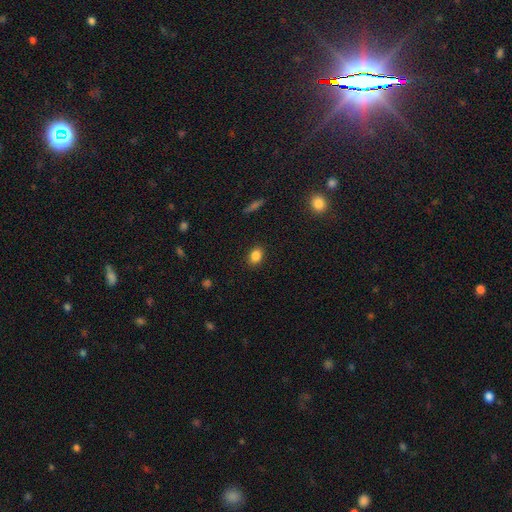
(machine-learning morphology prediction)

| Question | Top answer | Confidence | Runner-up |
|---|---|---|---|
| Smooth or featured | smooth | 86% | star or artifact (10%) |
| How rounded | in between | 66% | round (33%) |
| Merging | none | 88% | minor disturbance (8%) |